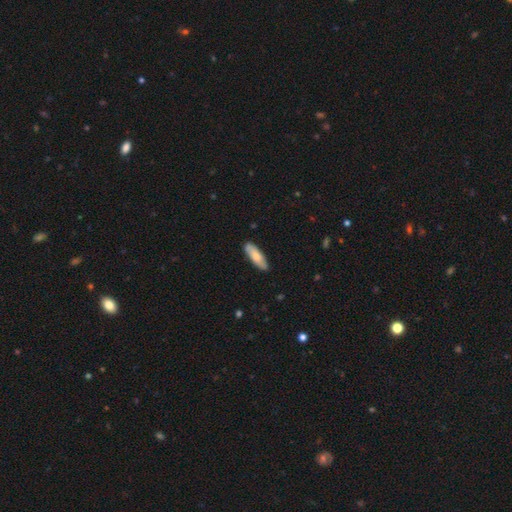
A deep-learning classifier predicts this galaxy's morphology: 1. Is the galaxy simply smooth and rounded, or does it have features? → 73% smooth, 21% featured or disk, 5% star or artifact.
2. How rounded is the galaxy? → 52% in between, 47% cigar-shaped, 2% round.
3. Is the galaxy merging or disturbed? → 86% none, 11% minor disturbance, 2% major disturbance, 1% merger.